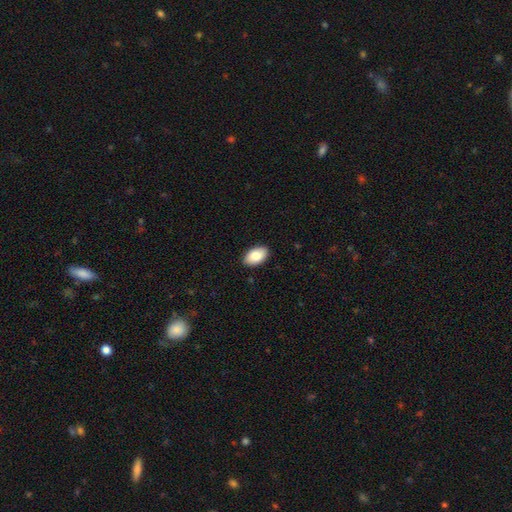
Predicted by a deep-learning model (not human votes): This appears to be a smooth galaxy with no disk features (85%) that is in between round and cigar-shaped (94%). Merging: none (89%).